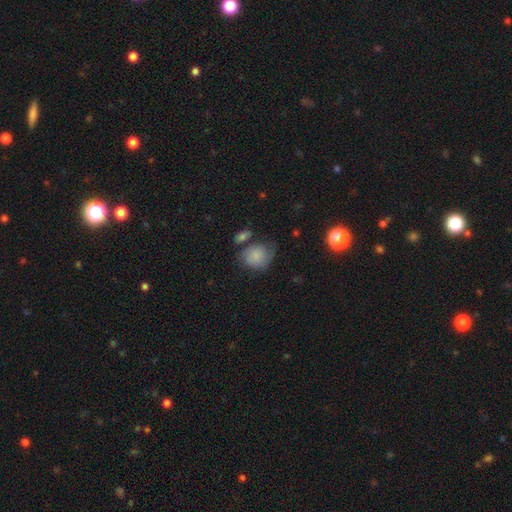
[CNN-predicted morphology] Smooth or featured: smooth — 73% (featured or disk — 20%)
How rounded: round — 61% (in between — 38%)
Merging: none — 44% (minor disturbance — 30%)